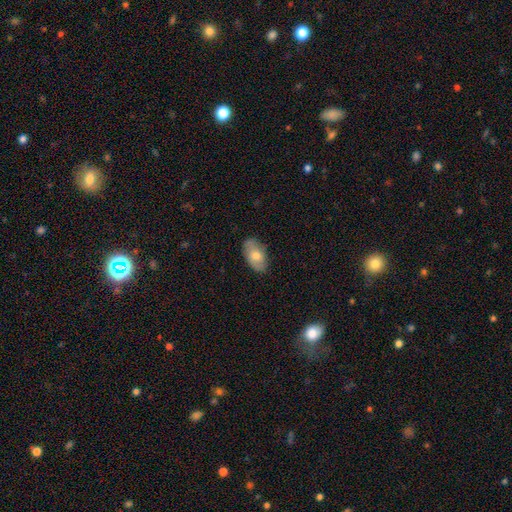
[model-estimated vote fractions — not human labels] smooth_or_featured: smooth (p=0.70) [alt: featured or disk p=0.24]
how_rounded: in between (p=0.93) [alt: round p=0.05]
merging: none (p=0.81) [alt: minor disturbance p=0.15]